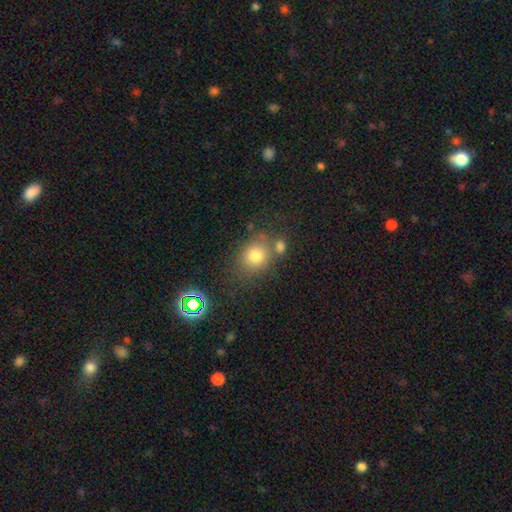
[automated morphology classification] Overall: smooth (77%). How rounded: round (69%; in between 30%). Merging: none (62%).